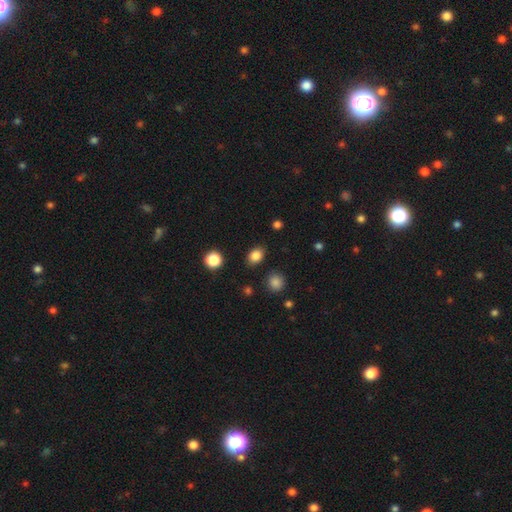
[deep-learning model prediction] Smooth or featured? Predicted: smooth (p=0.85). How rounded? Predicted: in between (p=0.59). Merging? Predicted: none (p=0.86).